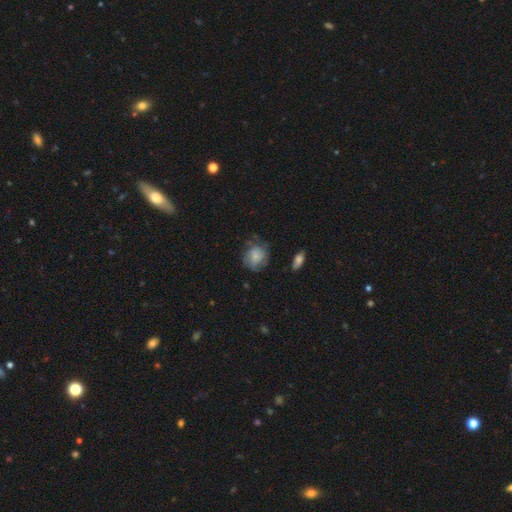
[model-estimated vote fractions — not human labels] This is possibly a smooth galaxy (59%). How rounded: likely round (69%). Merging: possibly none (55%).